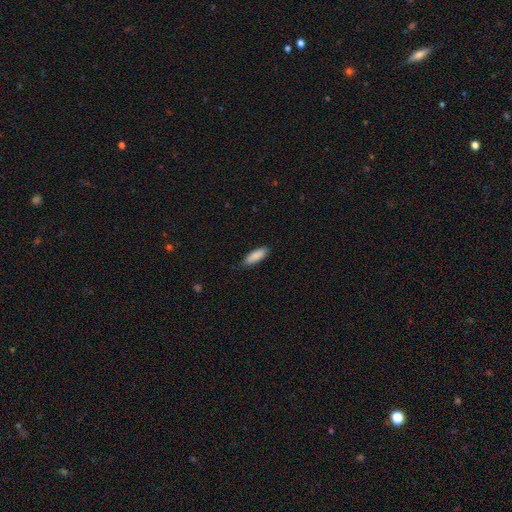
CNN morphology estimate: Smooth or featured? smooth (89%)
How rounded? in between (66%)
Merging? none (84%)